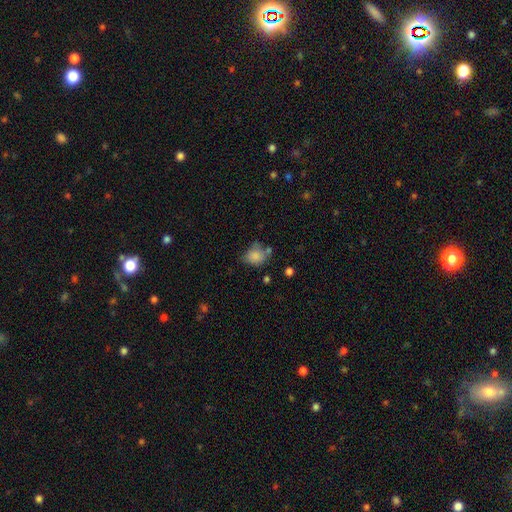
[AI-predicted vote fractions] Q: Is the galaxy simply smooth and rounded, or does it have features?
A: smooth — 81%.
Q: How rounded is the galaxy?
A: round — 53%.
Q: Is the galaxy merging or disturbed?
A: none — 51%.